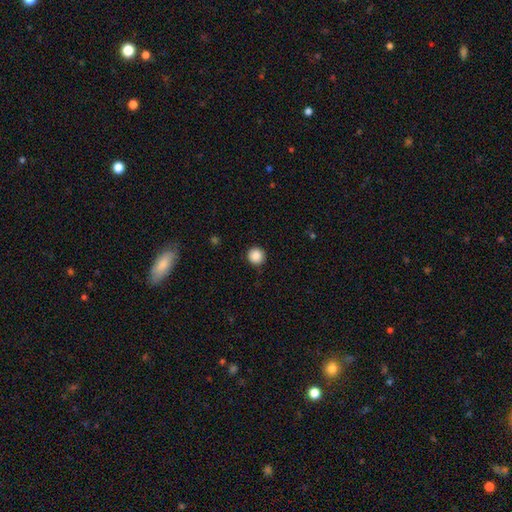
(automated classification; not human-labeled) smooth_or_featured: smooth (p=0.89) [alt: star or artifact p=0.09]
how_rounded: round (p=0.94) [alt: in between p=0.05]
merging: none (p=0.91) [alt: minor disturbance p=0.06]